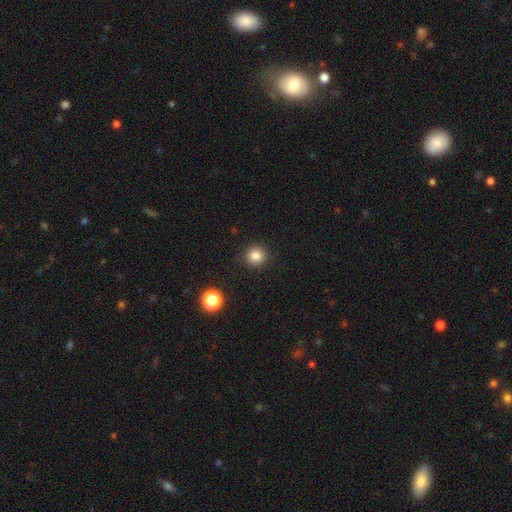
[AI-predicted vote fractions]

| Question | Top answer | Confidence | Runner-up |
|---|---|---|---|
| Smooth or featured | smooth | 84% | star or artifact (12%) |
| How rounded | round | 92% | in between (7%) |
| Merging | none | 91% | minor disturbance (6%) |